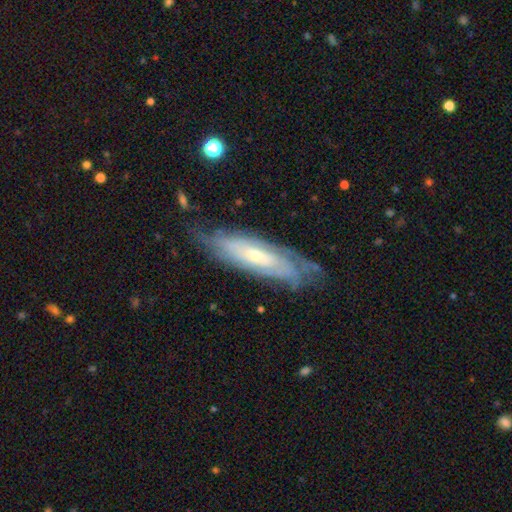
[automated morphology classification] A featured or disk galaxy (78%) with no bar (60%), tight (69%) spiral arms (89%) and a small central bulge (53%).

Vote fractions:
- Smooth or featured? featured or disk: 78% / smooth: 16% / star or artifact: 6%
- Edge-on disk? no: 75% / yes: 25%
- Bar? no: 60% / weak: 30% / strong: 10%
- Spiral arms? yes: 89% / no: 11%
- Spiral winding? tight: 69% / medium: 24% / loose: 7%
- Spiral arm count? can't tell: 59% / 2: 17% / 3: 8% / 4: 7% / more than 4: 5% / 1: 3%
- Bulge size? small: 53% / moderate: 42% / large: 3% / none: 2% / dominant: 1%
- Merging? none: 71% / minor disturbance: 21% / major disturbance: 7% / merger: 2%